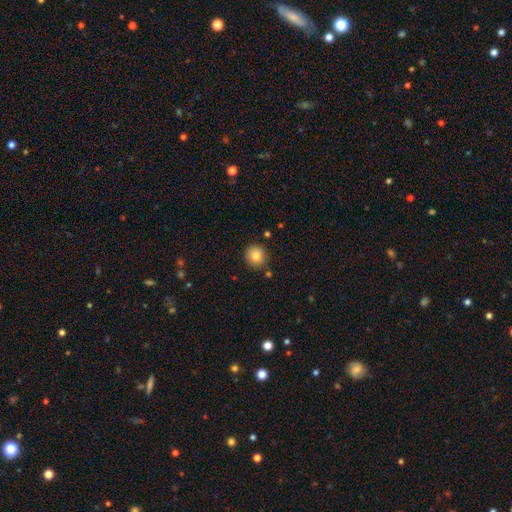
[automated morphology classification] Smooth or featured? smooth (84%)
How rounded? round (90%)
Merging? none (85%)